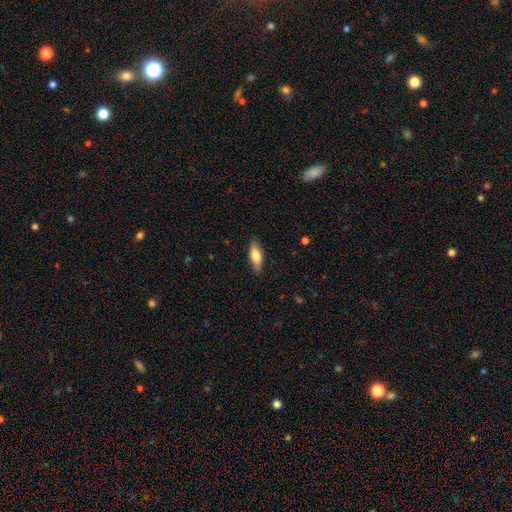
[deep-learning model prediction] Morphology: type=smooth (73%); roundness=in between (68%); merging=none (86%).